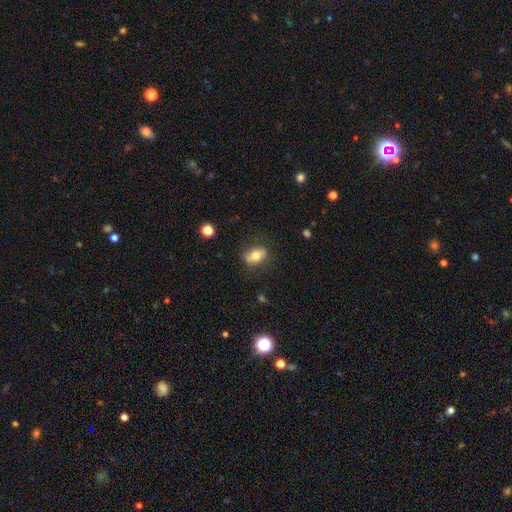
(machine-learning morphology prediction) smooth 69%, featured or disk 22%, star or artifact 9%. Down the decision tree: how rounded — in between (79%); merging — none (79%).